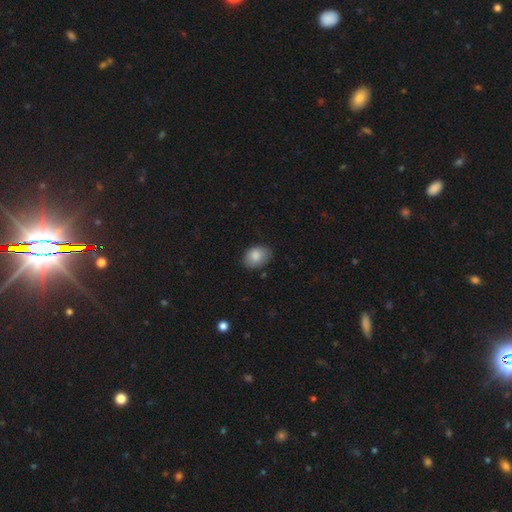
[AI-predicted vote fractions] Smooth or featured? Predicted: smooth (p=0.86). How rounded? Predicted: in between (p=0.77). Merging? Predicted: none (p=0.79).